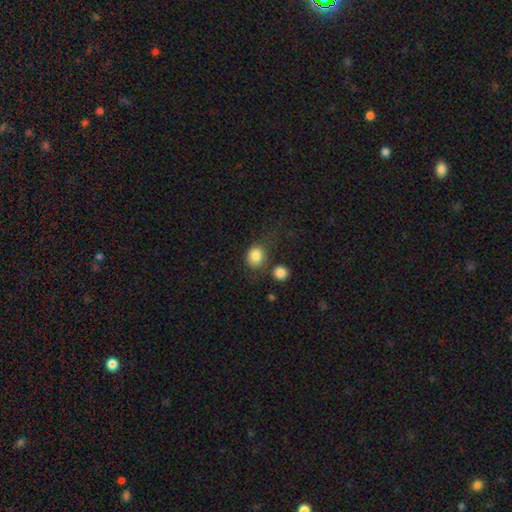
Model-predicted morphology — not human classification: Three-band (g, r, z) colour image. It shows a smooth galaxy with no disk features (84%) that is round (66%). Merging: none (64%).